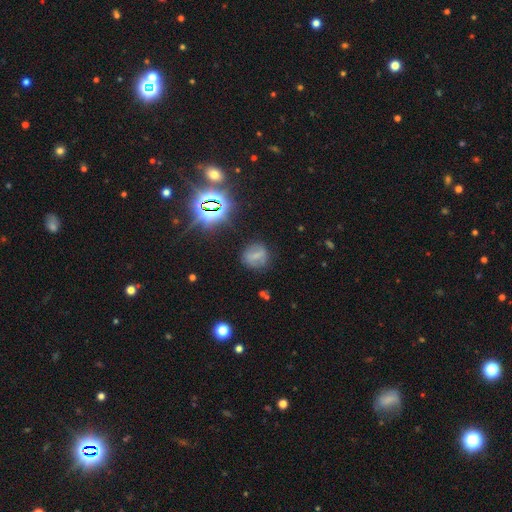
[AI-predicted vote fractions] The model was most divided on "smooth or featured": smooth: 51%, featured or disk: 28%, star or artifact: 22%. More confident: merging — none (77%); how rounded — round (70%).